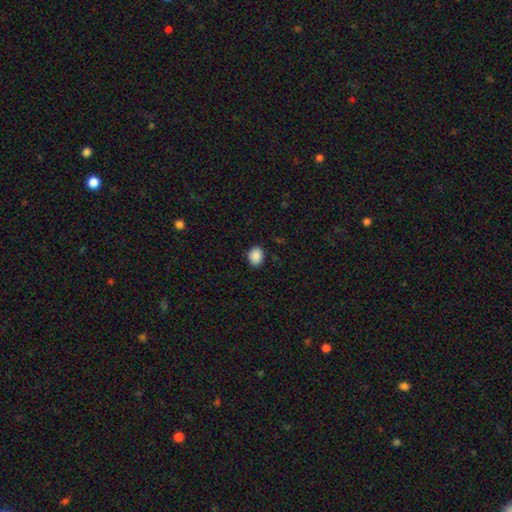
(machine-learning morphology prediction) This is clearly a smooth galaxy (89%). How rounded: possibly in between (57%). Merging: clearly none (87%).